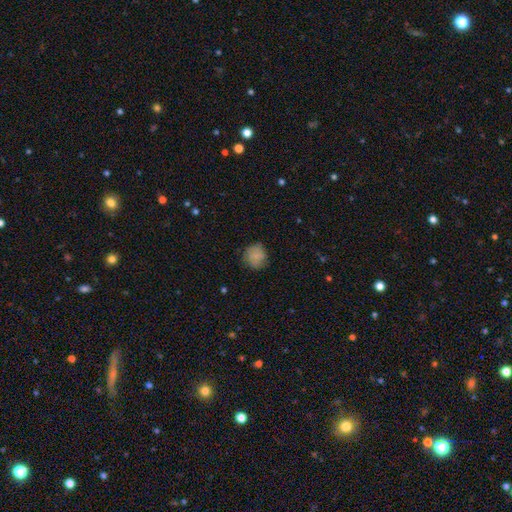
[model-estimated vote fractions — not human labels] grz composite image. It shows a smooth galaxy with no disk features (83%) that is round (84%). Merging: none (79%).